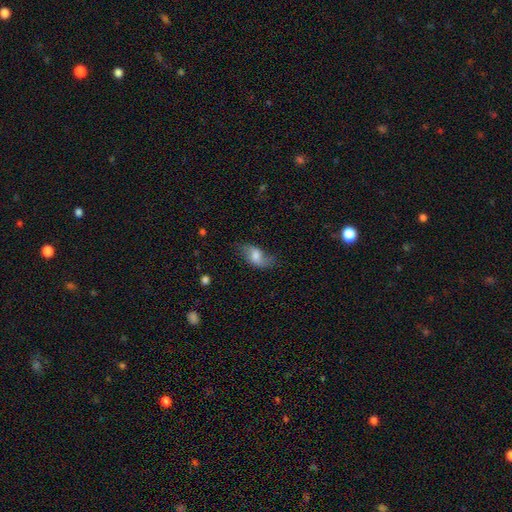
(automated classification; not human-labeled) The model was most divided on "smooth or featured": smooth: 57%, featured or disk: 35%, star or artifact: 8%. More confident: how rounded — in between (89%); merging — none (59%).